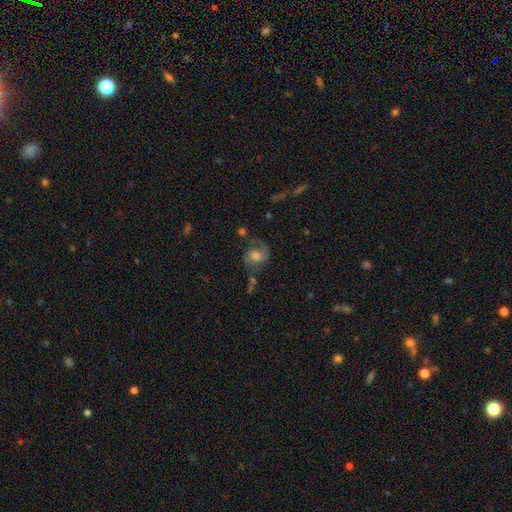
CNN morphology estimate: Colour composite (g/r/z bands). It shows a featured or disk galaxy (75%) with no bar (62%), 2 (85%) medium (52%) spiral arms (94%) and a moderate central bulge (55%). Merging: none (64%).